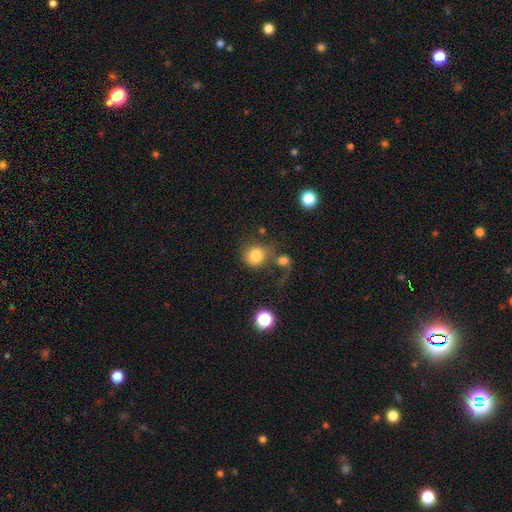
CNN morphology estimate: smooth 80%, star or artifact 10%, featured or disk 10%. Down the decision tree: how rounded — round (81%); merging — none (41%).